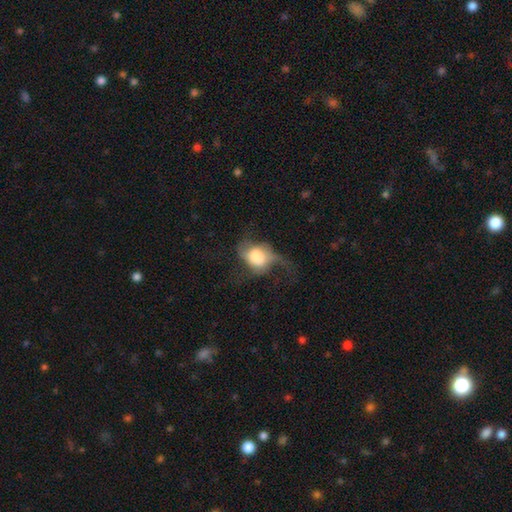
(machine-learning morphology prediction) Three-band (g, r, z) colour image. It shows a featured or disk galaxy (47%). Merging: major disturbance (48%).